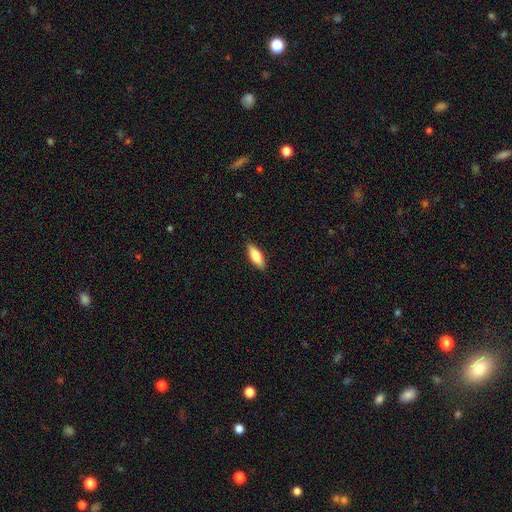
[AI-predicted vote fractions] Smooth or featured?
  - smooth: 77% *
  - featured or disk: 18%
  - star or artifact: 6%
How rounded?
  - in between: 68% *
  - cigar-shaped: 30%
  - round: 2%
Merging?
  - none: 88% *
  - minor disturbance: 9%
  - major disturbance: 2%
  - merger: 1%